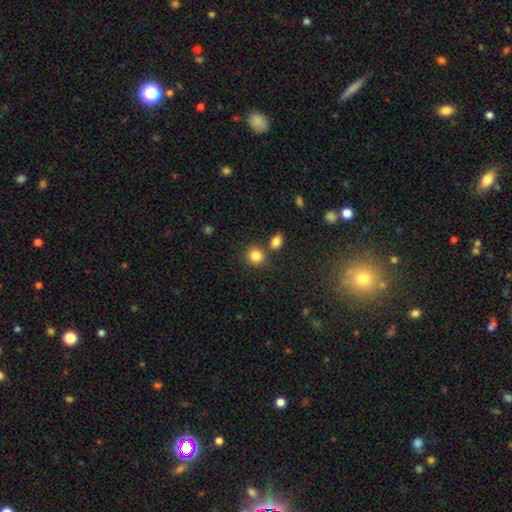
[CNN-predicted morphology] Smooth or featured: smooth — 84% (star or artifact — 10%)
How rounded: round — 81% (in between — 18%)
Merging: none — 72% (merger — 16%)